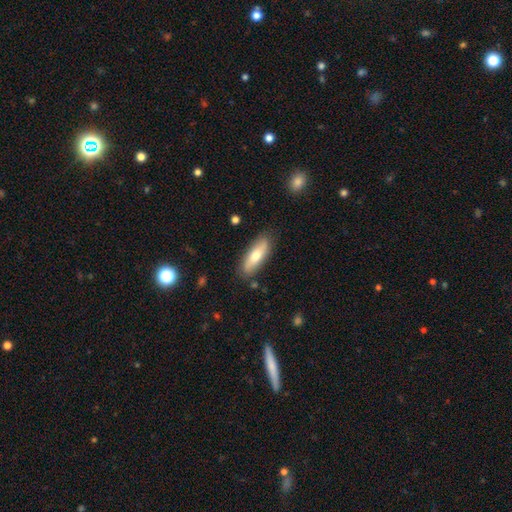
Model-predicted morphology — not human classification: A smooth galaxy with no disk features (66%) that is in between round and cigar-shaped (61%).

Vote fractions:
- Smooth or featured? smooth: 66% / featured or disk: 28% / star or artifact: 6%
- How rounded? in between: 61% / cigar-shaped: 37% / round: 2%
- Merging? none: 82% / minor disturbance: 13% / major disturbance: 3% / merger: 2%